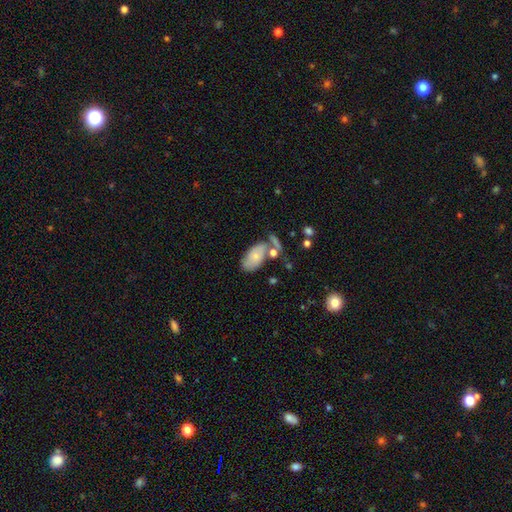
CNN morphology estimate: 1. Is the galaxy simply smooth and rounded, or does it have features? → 74% smooth, 20% featured or disk, 7% star or artifact.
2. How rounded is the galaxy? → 93% in between, 4% round, 3% cigar-shaped.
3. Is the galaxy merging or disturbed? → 47% none, 22% merger, 22% minor disturbance, 9% major disturbance.